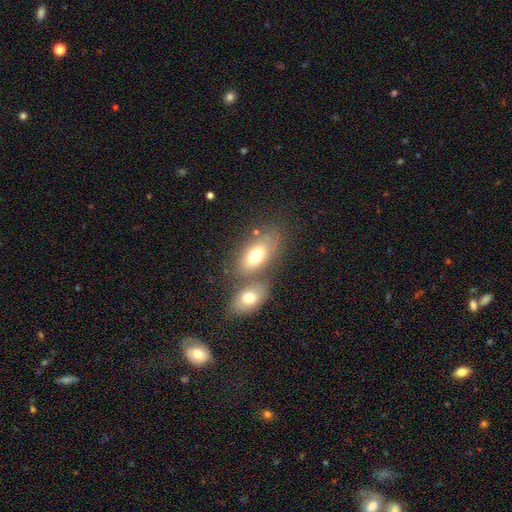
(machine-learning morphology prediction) Smooth or featured? smooth (68%)
How rounded? in between (87%)
Merging? none (44%)